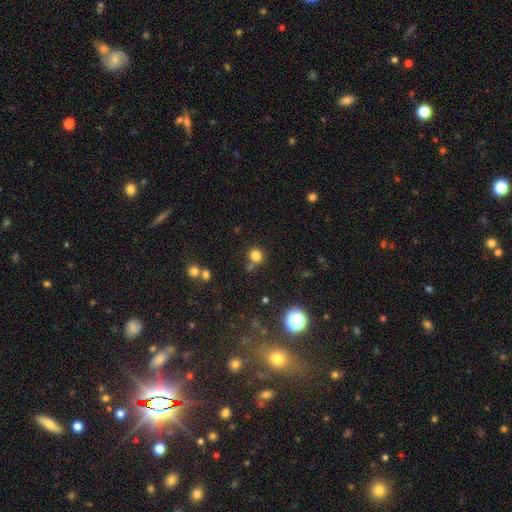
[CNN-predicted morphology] Q: Smooth or featured?
A: smooth (79%); runner-up: star or artifact (15%)
Q: How rounded?
A: round (85%); runner-up: in between (14%)
Q: Merging?
A: none (71%); runner-up: merger (14%)